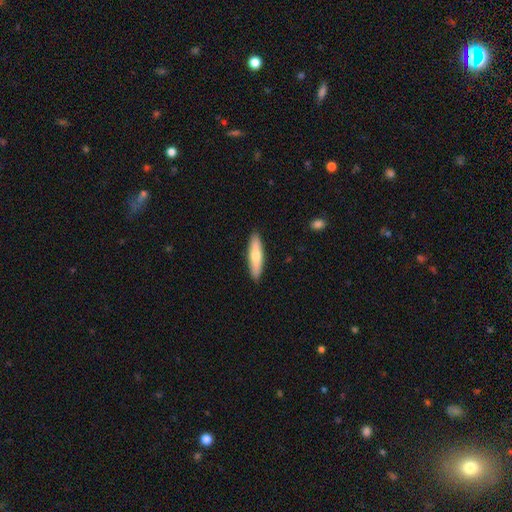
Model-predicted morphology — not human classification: A smooth galaxy with no disk features (64%) that is cigar-shaped (72%). Merging: none (90%).